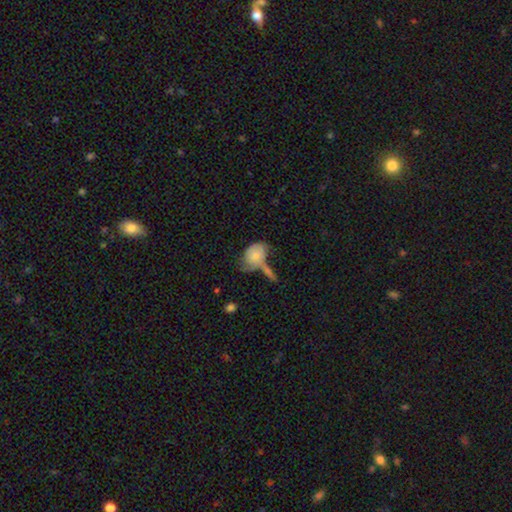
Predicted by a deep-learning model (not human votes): Smooth or featured: smooth — 61% (featured or disk — 32%)
How rounded: in between — 71% (round — 27%)
Merging: merger — 32% (none — 29%)